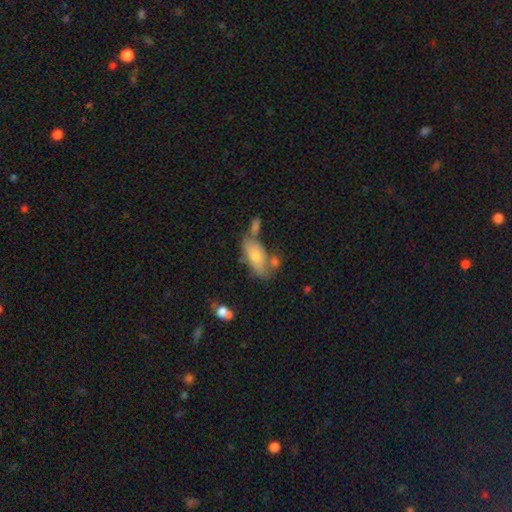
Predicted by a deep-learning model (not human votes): smooth_or_featured: smooth (p=0.71) [alt: featured or disk p=0.23]
how_rounded: in between (p=0.86) [alt: cigar-shaped p=0.11]
merging: none (p=0.48) [alt: merger p=0.24]